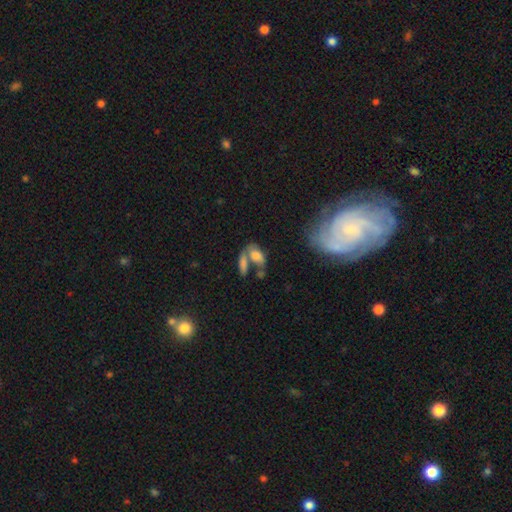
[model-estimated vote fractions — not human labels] smooth_or_featured: smooth (p=0.73) [alt: featured or disk p=0.18]
how_rounded: in between (p=0.87) [alt: cigar-shaped p=0.07]
merging: merger (p=0.50) [alt: none p=0.29]